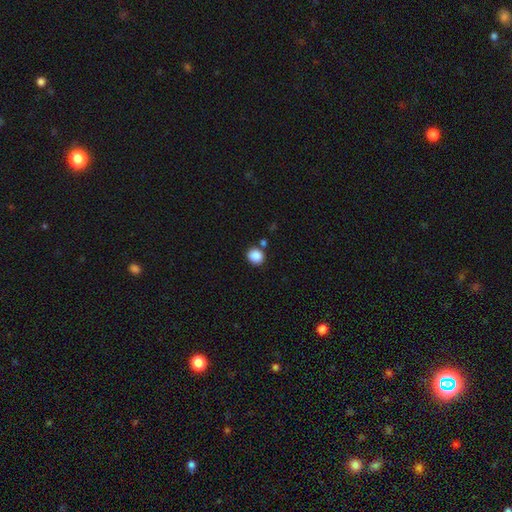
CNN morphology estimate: Smooth or featured: smooth — 87% (star or artifact — 9%)
How rounded: round — 84% (in between — 15%)
Merging: none — 80% (merger — 9%)